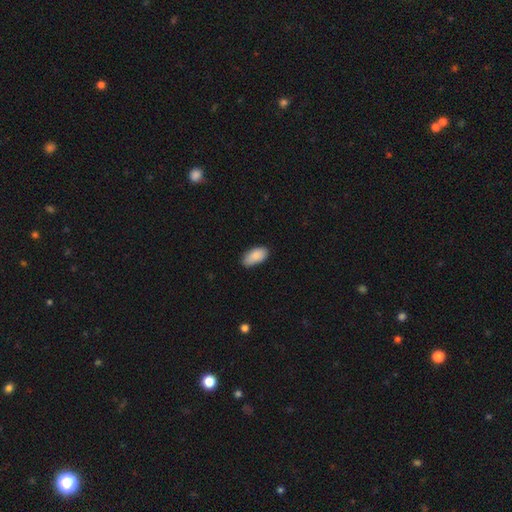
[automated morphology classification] smooth 87%, featured or disk 7%, star or artifact 6%. Down the decision tree: how rounded — in between (94%); merging — none (76%).